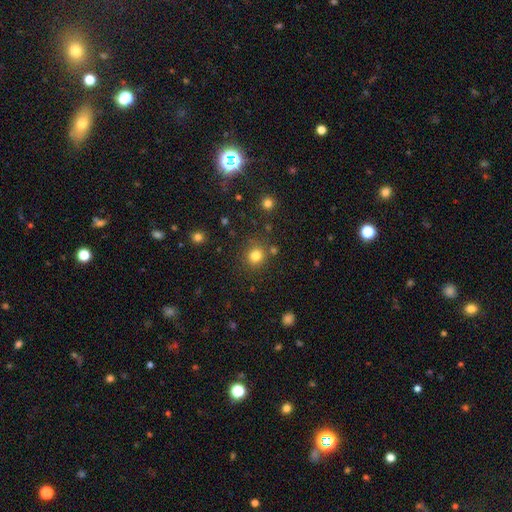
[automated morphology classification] This appears to be a smooth galaxy with no disk features (81%) that is round (88%). Merging: none (81%).